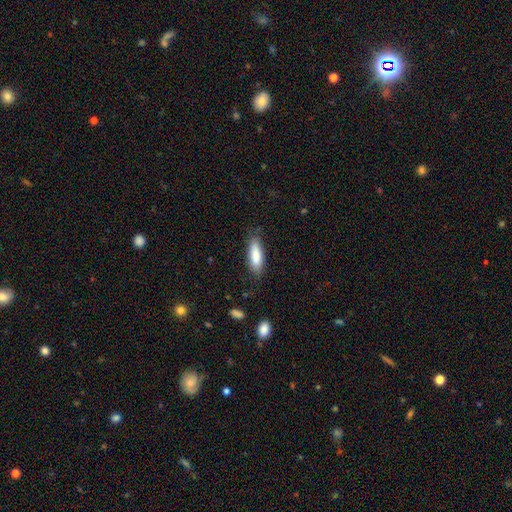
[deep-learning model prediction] Q: Smooth or featured?
A: smooth (83%); runner-up: featured or disk (10%)
Q: How rounded?
A: in between (51%); runner-up: cigar-shaped (47%)
Q: Merging?
A: none (80%); runner-up: minor disturbance (15%)